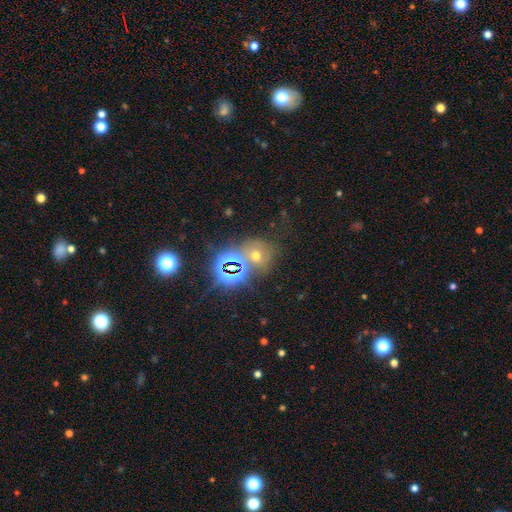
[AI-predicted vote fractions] Smooth or featured: smooth — 44% (tied with star or artifact — 44%)
Merging: none — 63% (merger — 19%)